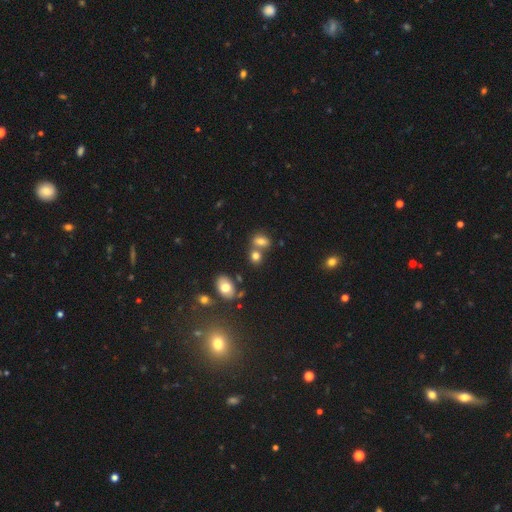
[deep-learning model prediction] This appears to be a smooth galaxy with no disk features (76%) that is in between round and cigar-shaped (60%). Merging: none (51%).